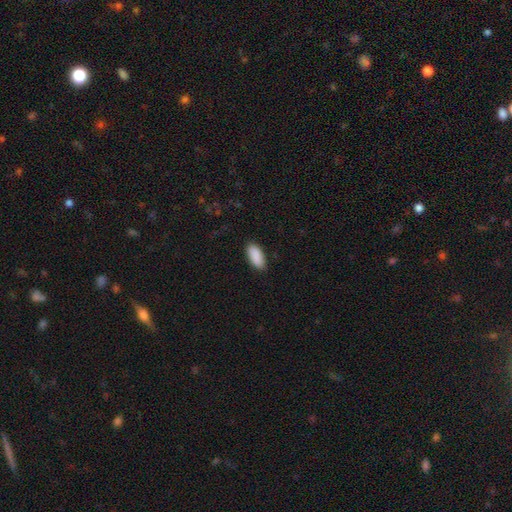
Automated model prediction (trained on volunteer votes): smooth_or_featured: smooth (p=0.90) [alt: star or artifact p=0.06]
how_rounded: in between (p=0.88) [alt: cigar-shaped p=0.10]
merging: none (p=0.87) [alt: minor disturbance p=0.10]